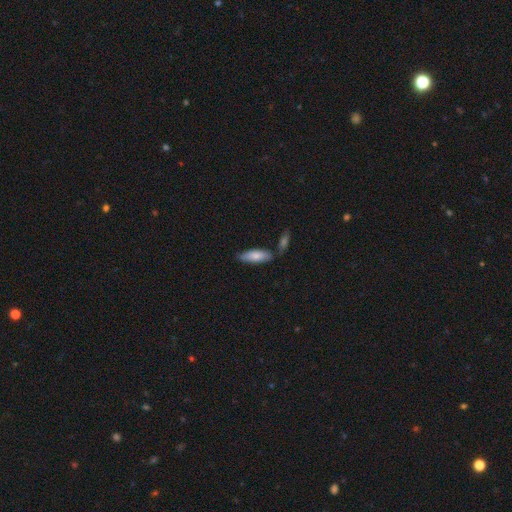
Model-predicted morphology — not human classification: type=smooth (81%); roundness=in between (61%); merging=none (68%).